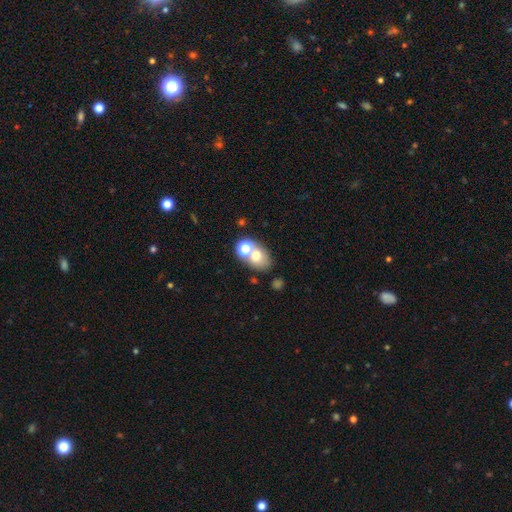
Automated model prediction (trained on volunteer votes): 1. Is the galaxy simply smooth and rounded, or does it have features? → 66% smooth, 20% featured or disk, 14% star or artifact.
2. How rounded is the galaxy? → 60% in between, 39% round, 1% cigar-shaped.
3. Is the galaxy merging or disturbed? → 44% none, 41% merger, 10% minor disturbance, 5% major disturbance.